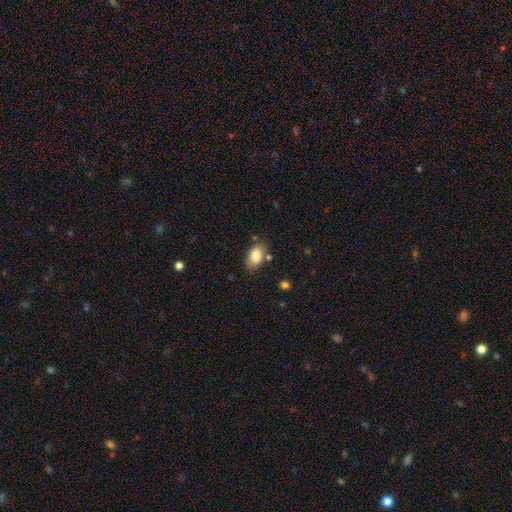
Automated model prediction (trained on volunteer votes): A smooth galaxy with no disk features (84%) that is in between round and cigar-shaped (91%). Merging: none (77%).